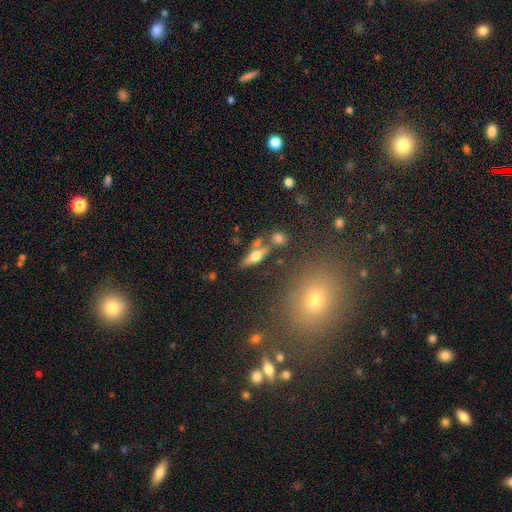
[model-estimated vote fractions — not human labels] The model was most divided on "smooth or featured": smooth: 49%, featured or disk: 42%, star or artifact: 9%. More confident: merging — none (66%).